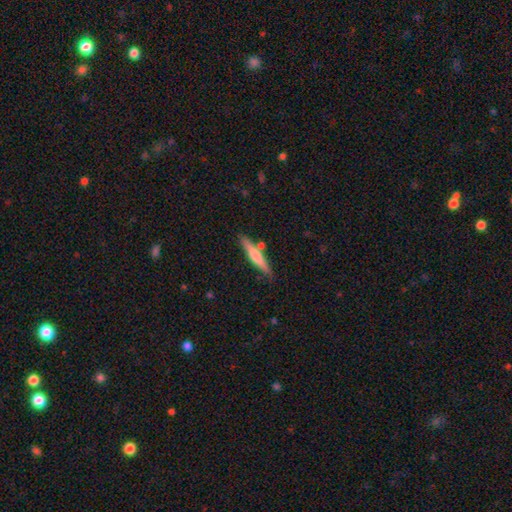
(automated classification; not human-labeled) A smooth galaxy with no disk features (58%) that is cigar-shaped (91%).

Vote fractions:
- Smooth or featured? smooth: 58% / featured or disk: 36% / star or artifact: 5%
- How rounded? cigar-shaped: 91% / in between: 8% / round: 1%
- Merging? none: 78% / minor disturbance: 12% / merger: 7% / major disturbance: 2%